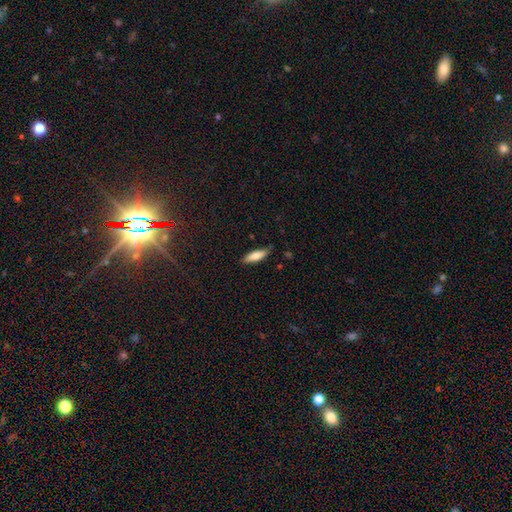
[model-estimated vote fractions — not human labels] Q: Smooth or featured?
A: smooth (76%); runner-up: featured or disk (18%)
Q: How rounded?
A: cigar-shaped (54%); runner-up: in between (44%)
Q: Merging?
A: none (80%); runner-up: minor disturbance (16%)